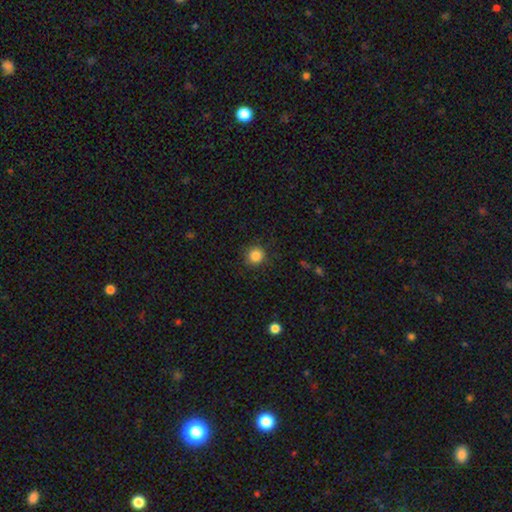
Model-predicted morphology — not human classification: A smooth galaxy with no disk features (85%) that is round (93%).

Vote fractions:
- Smooth or featured? smooth: 85% / star or artifact: 11% / featured or disk: 4%
- How rounded? round: 93% / in between: 6% / cigar-shaped: 1%
- Merging? none: 89% / minor disturbance: 8% / major disturbance: 3% / merger: 1%